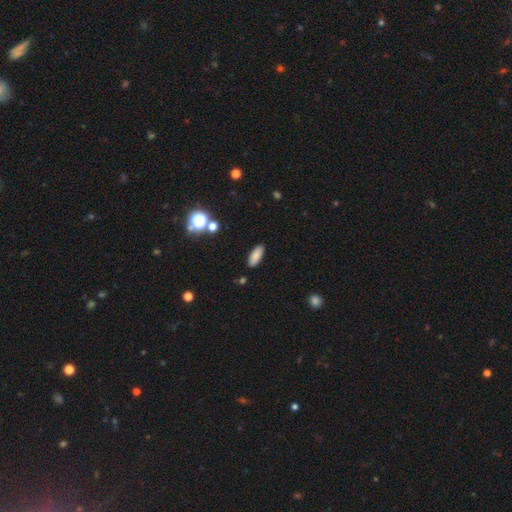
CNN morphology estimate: This appears to be a smooth galaxy with no disk features (84%) that is in between round and cigar-shaped (75%). Merging: none (89%).